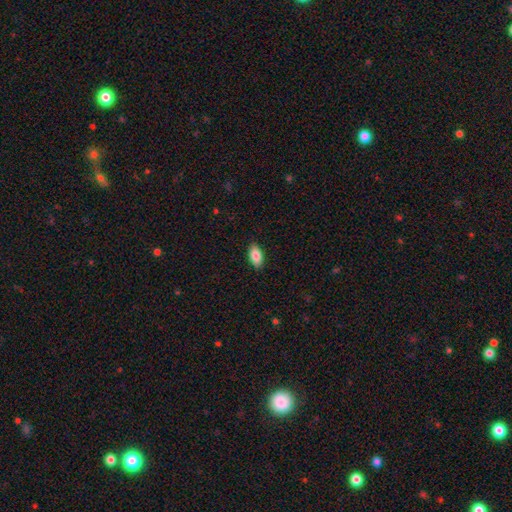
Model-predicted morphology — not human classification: smooth 86%, featured or disk 7%, star or artifact 7%. Down the decision tree: how rounded — in between (93%); merging — none (89%).